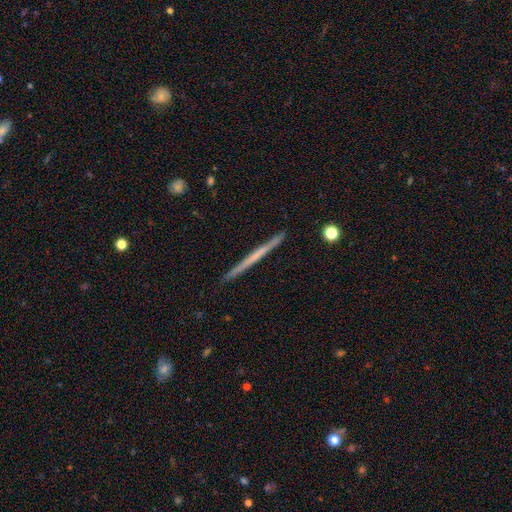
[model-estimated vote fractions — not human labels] This is possibly a featured or disk galaxy (56%). It is clearly viewed edge-on (98%). Edge-on bulge: clearly none (88%). Merging: clearly none (92%).